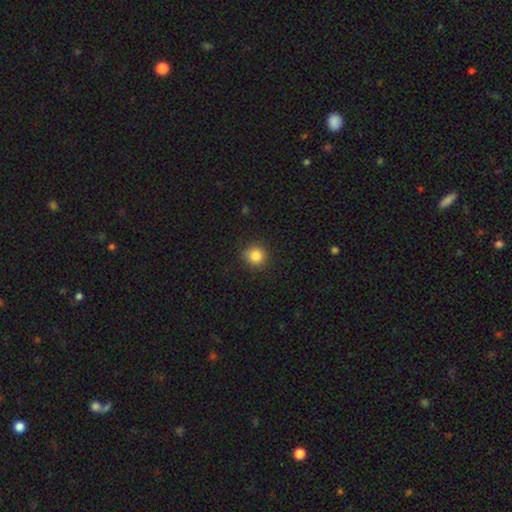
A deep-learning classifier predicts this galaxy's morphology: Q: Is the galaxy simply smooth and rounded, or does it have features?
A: smooth — 84%.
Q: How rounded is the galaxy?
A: round — 92%.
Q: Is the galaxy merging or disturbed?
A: none — 88%.